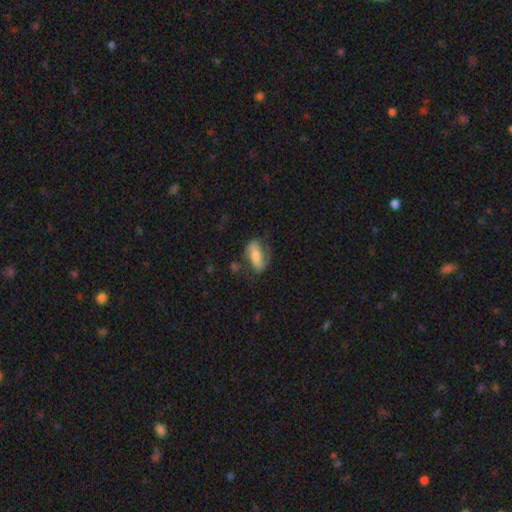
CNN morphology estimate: type=featured or disk (54%); edge-on=no (91%); merging=none (59%).